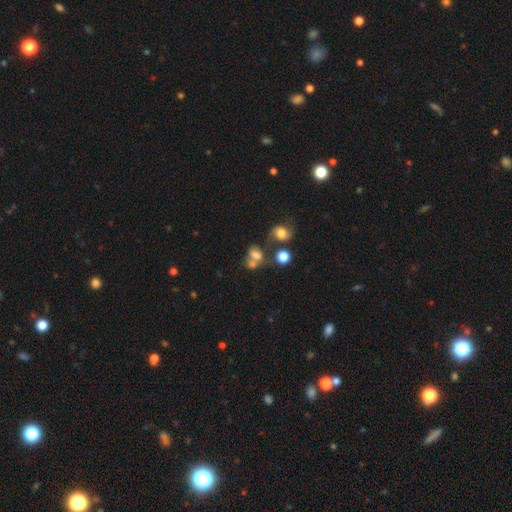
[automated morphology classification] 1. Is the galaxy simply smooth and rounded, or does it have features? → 60% smooth, 26% featured or disk, 14% star or artifact.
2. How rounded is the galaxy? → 63% in between, 35% round, 3% cigar-shaped.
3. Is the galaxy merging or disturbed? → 44% merger, 31% none, 14% minor disturbance, 11% major disturbance.